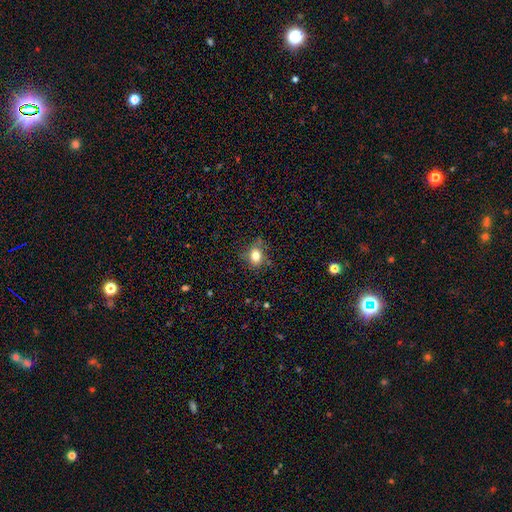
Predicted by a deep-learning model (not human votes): Smooth or featured? Predicted: smooth (p=0.80). How rounded? Predicted: in between (p=0.52). Merging? Predicted: none (p=0.68).